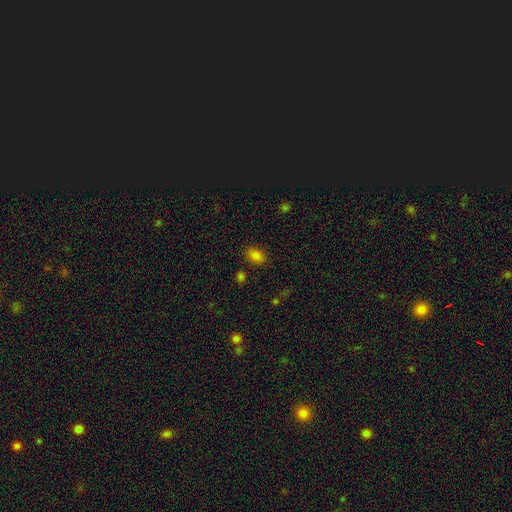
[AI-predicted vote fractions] Smooth or featured?
  - smooth: 82% *
  - star or artifact: 13%
  - featured or disk: 5%
How rounded?
  - in between: 84% *
  - round: 15%
  - cigar-shaped: 1%
Merging?
  - none: 83% *
  - minor disturbance: 11%
  - major disturbance: 3%
  - merger: 3%